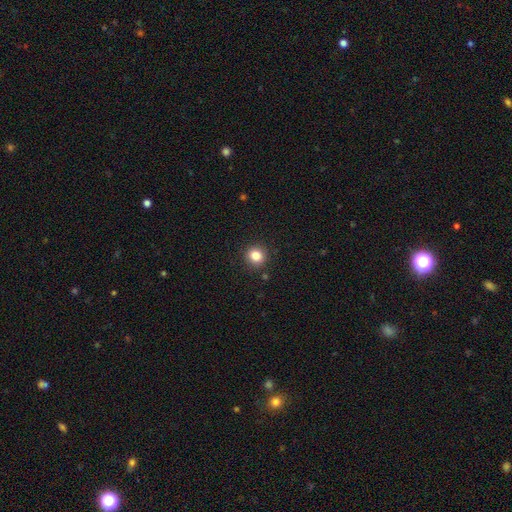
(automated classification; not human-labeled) smooth-or-featured: smooth: 83% | star or artifact: 12% | featured or disk: 5%
  how-rounded: round: 90% | in between: 9% | cigar-shaped: 1%
  merging: none: 90% | minor disturbance: 6% | major disturbance: 2% | merger: 1%